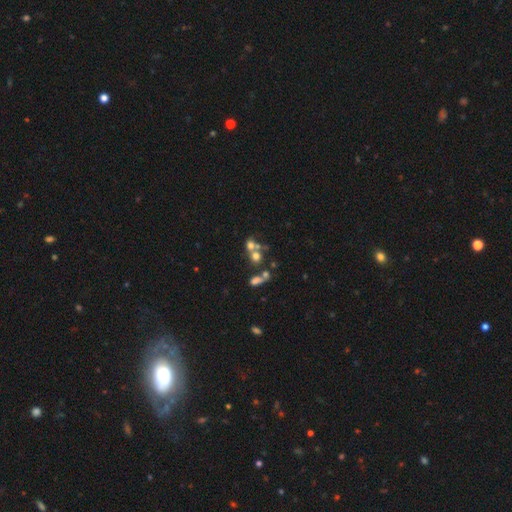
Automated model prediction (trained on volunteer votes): A smooth galaxy with no disk features (58%) that is round (77%). Merging: merger (49%).